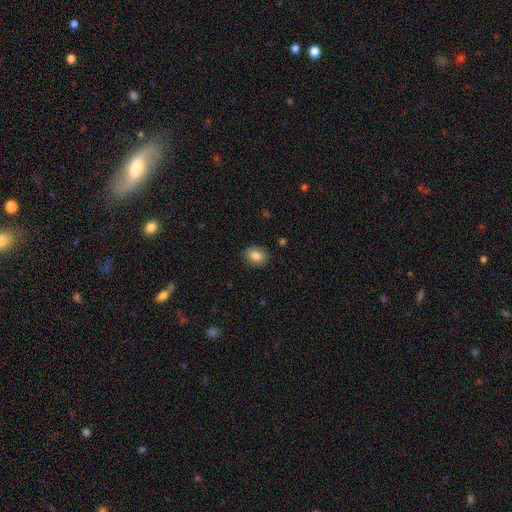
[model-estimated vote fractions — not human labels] A smooth galaxy with no disk features (84%) that is in between round and cigar-shaped (60%).

Vote fractions:
- Smooth or featured? smooth: 84% / star or artifact: 8% / featured or disk: 7%
- How rounded? in between: 60% / round: 39% / cigar-shaped: 1%
- Merging? none: 87% / minor disturbance: 9% / major disturbance: 2% / merger: 1%